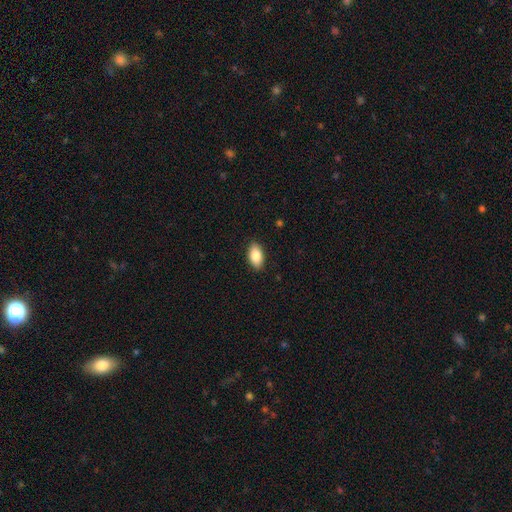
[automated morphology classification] This appears to be a smooth galaxy with no disk features (85%) that is in between round and cigar-shaped (93%). Merging: none (90%).